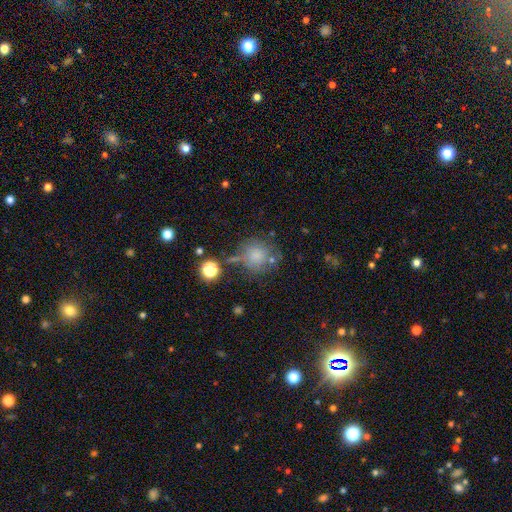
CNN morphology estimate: Smooth or featured: smooth — 77% (star or artifact — 13%)
How rounded: round — 90% (in between — 9%)
Merging: none — 60% (minor disturbance — 18%)